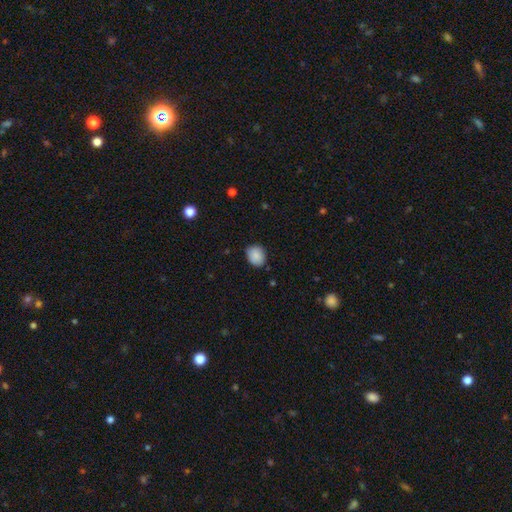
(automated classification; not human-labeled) A smooth galaxy with no disk features (88%) that is round (51%). Merging: none (83%).